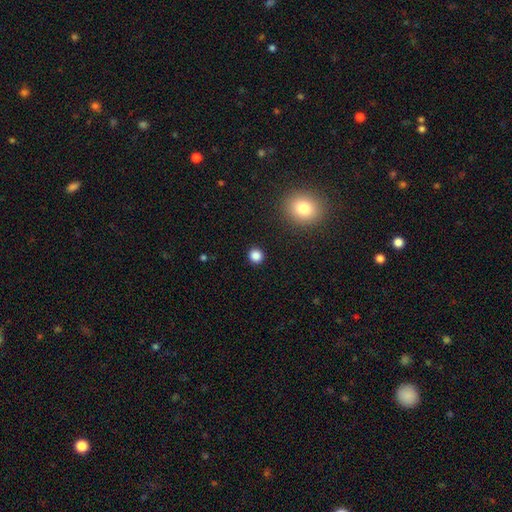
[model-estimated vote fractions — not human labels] smooth-or-featured: smooth: 84% | star or artifact: 12% | featured or disk: 3%
  how-rounded: round: 91% | in between: 8% | cigar-shaped: 1%
  merging: none: 92% | minor disturbance: 5% | major disturbance: 2% | merger: 1%